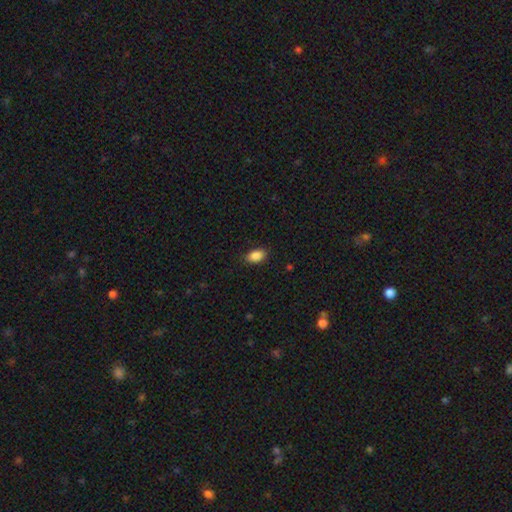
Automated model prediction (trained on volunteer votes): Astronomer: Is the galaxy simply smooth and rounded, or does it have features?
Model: smooth — 89%.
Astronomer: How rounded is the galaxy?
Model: in between — 90%.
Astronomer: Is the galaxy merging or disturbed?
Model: none — 86%.